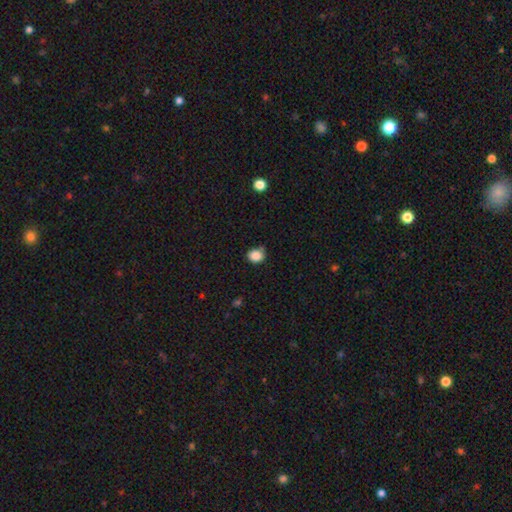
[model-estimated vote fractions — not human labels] Overall: smooth (86%). How rounded: round (61%; in between 38%). Merging: none (72%).